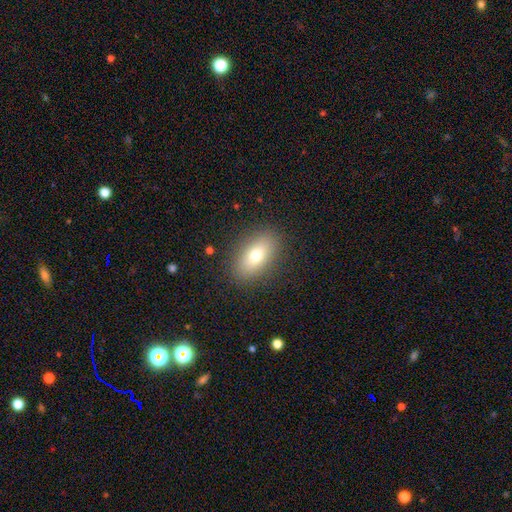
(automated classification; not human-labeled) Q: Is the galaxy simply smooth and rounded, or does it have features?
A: smooth — 74%.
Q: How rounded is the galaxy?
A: in between — 86%.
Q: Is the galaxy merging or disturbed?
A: none — 87%.